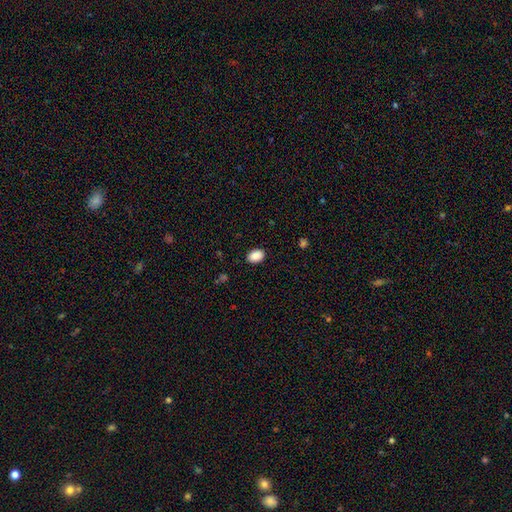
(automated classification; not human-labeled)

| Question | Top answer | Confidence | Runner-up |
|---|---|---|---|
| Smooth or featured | smooth | 89% | star or artifact (8%) |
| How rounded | in between | 81% | round (18%) |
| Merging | none | 88% | minor disturbance (9%) |